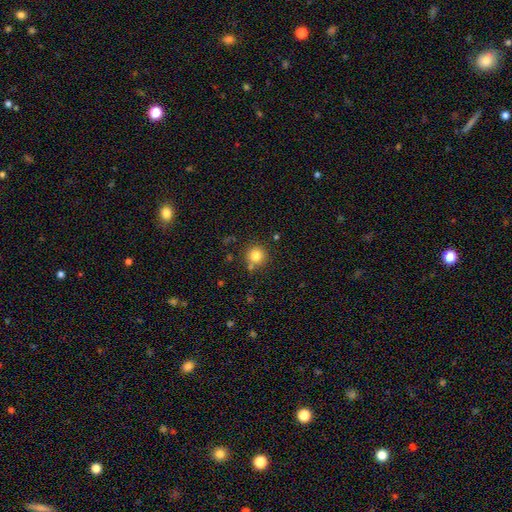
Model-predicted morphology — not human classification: smooth-or-featured: smooth: 81% | star or artifact: 12% | featured or disk: 7%
  how-rounded: round: 93% | in between: 6% | cigar-shaped: 1%
  merging: none: 76% | minor disturbance: 11% | merger: 10% | major disturbance: 4%